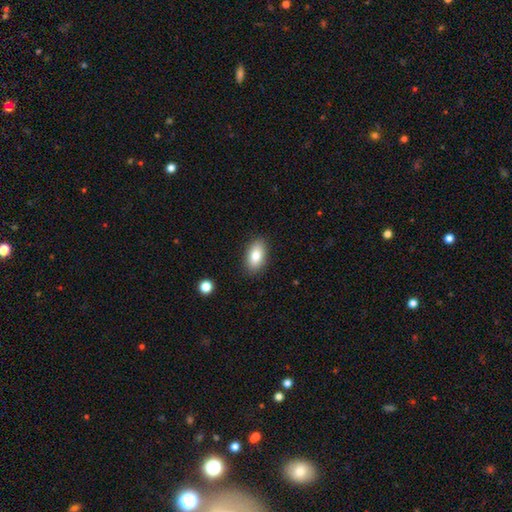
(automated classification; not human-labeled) Q: Smooth or featured?
A: smooth (83%); runner-up: featured or disk (9%)
Q: How rounded?
A: in between (92%); runner-up: round (5%)
Q: Merging?
A: none (87%); runner-up: minor disturbance (9%)